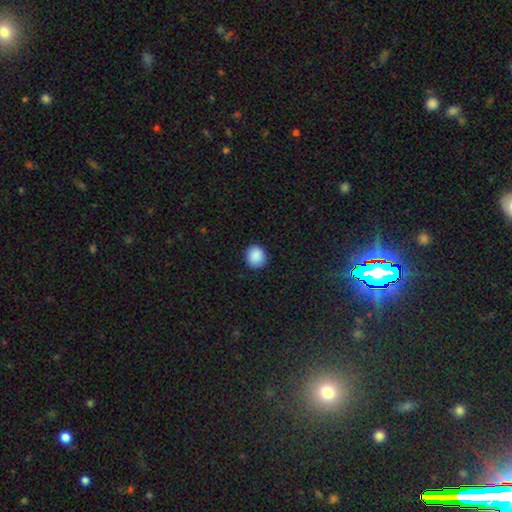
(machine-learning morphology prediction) Overall: smooth (89%). How rounded: round (84%). Merging: none (89%).